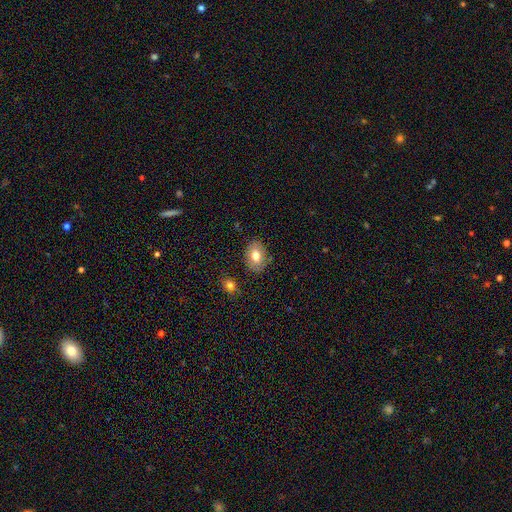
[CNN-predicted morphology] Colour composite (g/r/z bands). It shows a smooth galaxy with no disk features (73%) that is in between round and cigar-shaped (73%). Merging: none (83%).